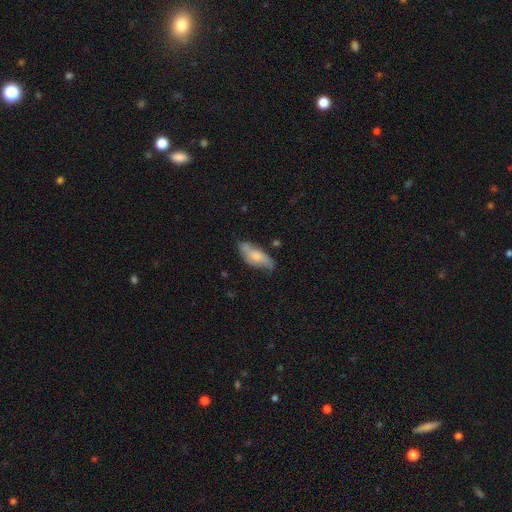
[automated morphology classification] smooth-or-featured: smooth: 51% | featured or disk: 43% | star or artifact: 7%
  how-rounded: in between: 78% | cigar-shaped: 20% | round: 2%
  merging: none: 59% | minor disturbance: 30% | major disturbance: 8% | merger: 3%